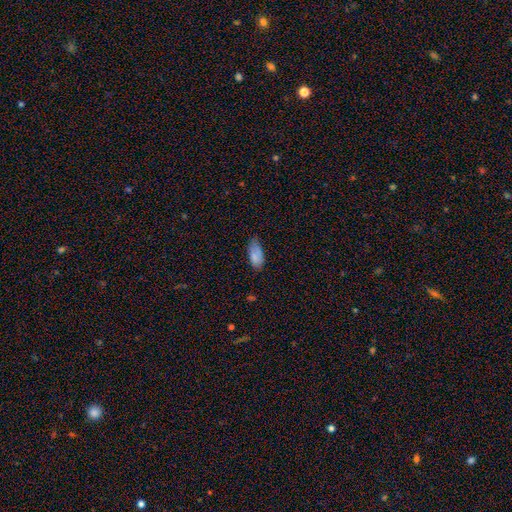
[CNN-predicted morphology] The model was most divided on "merging": none: 57%, minor disturbance: 34%, major disturbance: 7%, merger: 2%. More confident: how rounded — in between (89%); smooth or featured — smooth (83%).